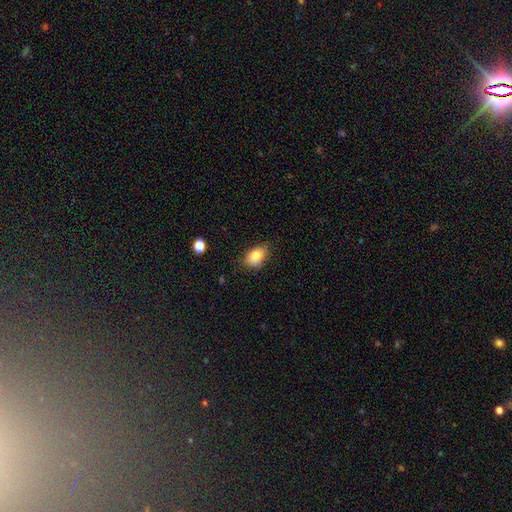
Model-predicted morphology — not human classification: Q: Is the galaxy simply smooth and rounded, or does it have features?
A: smooth — 84%.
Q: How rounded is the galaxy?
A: in between — 84%.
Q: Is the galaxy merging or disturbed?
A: none — 78%.